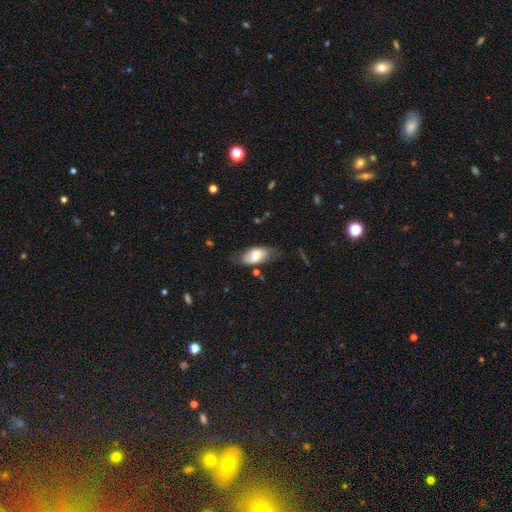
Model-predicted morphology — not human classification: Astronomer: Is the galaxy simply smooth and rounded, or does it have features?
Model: smooth — 67%.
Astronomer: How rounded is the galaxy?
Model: in between — 91%.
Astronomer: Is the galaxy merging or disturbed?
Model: none — 58%.